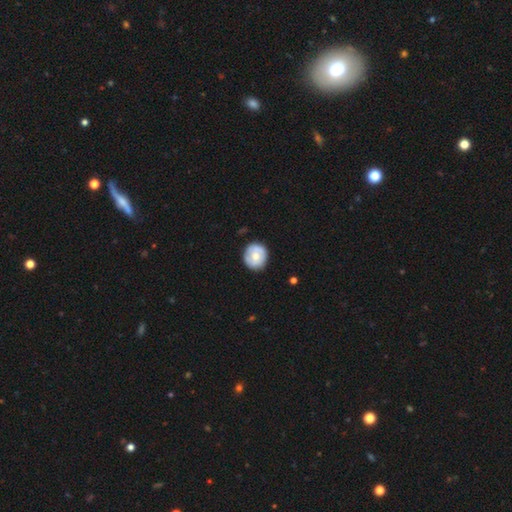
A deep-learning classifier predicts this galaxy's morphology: smooth 60%, featured or disk 34%, star or artifact 6%. Down the decision tree: how rounded — round (88%); merging — none (81%).